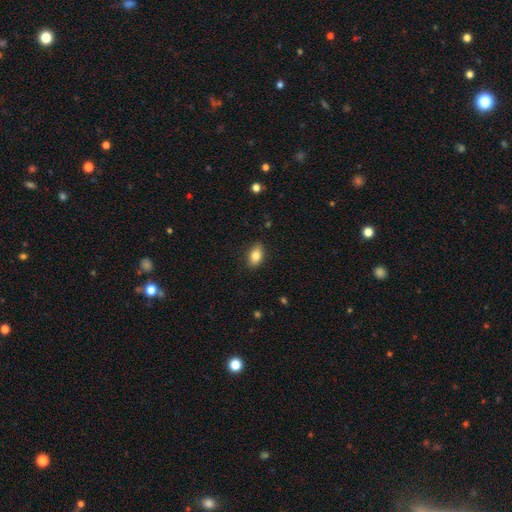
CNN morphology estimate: A smooth galaxy with no disk features (84%) that is in between round and cigar-shaped (87%).

Vote fractions:
- Smooth or featured? smooth: 84% / featured or disk: 8% / star or artifact: 8%
- How rounded? in between: 87% / round: 9% / cigar-shaped: 3%
- Merging? none: 86% / minor disturbance: 11% / major disturbance: 2% / merger: 1%